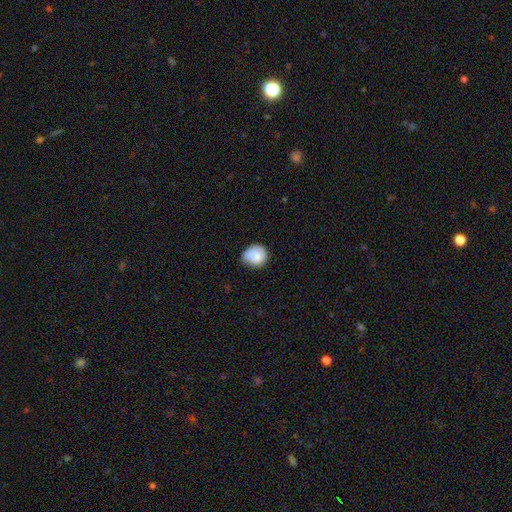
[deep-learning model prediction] Q: Smooth or featured?
A: smooth (84%); runner-up: featured or disk (9%)
Q: How rounded?
A: round (79%); runner-up: in between (20%)
Q: Merging?
A: none (61%); runner-up: minor disturbance (32%)